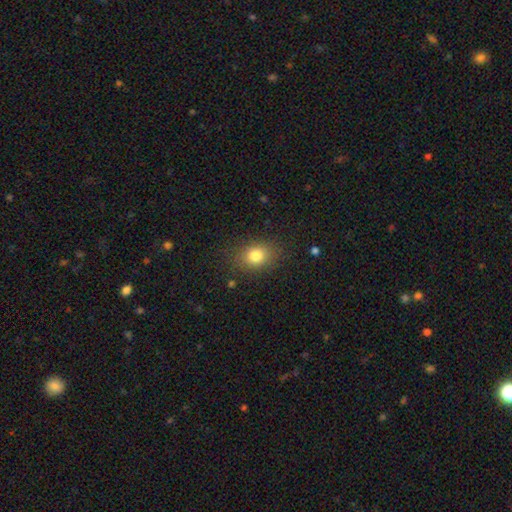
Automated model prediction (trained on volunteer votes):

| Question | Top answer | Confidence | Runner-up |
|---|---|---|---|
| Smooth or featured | smooth | 80% | star or artifact (11%) |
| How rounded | in between | 56% | round (43%) |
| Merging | none | 84% | minor disturbance (11%) |